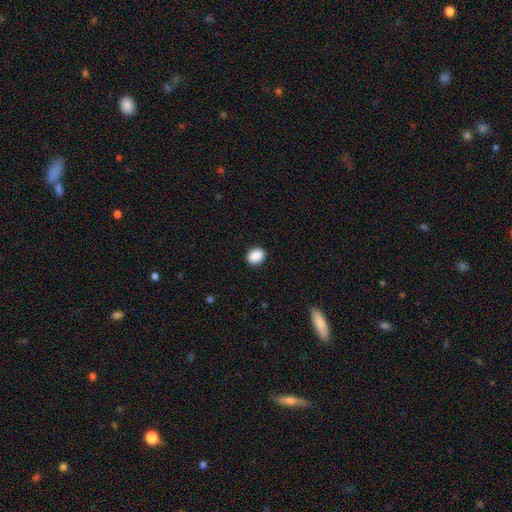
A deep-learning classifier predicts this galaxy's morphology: smooth-or-featured: smooth: 90% | star or artifact: 8% | featured or disk: 3%
  how-rounded: round: 51% | in between: 48% | cigar-shaped: 1%
  merging: none: 91% | minor disturbance: 6% | major disturbance: 2% | merger: 1%